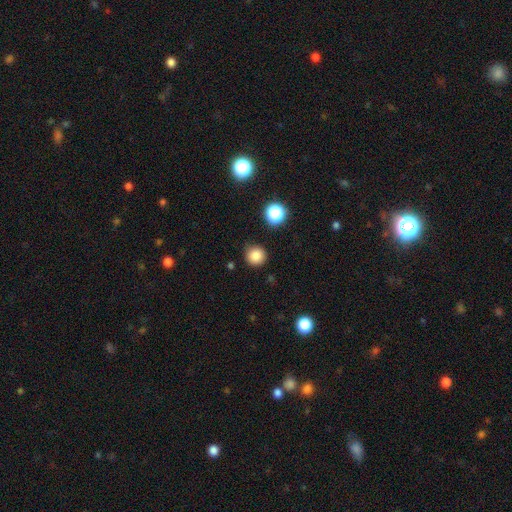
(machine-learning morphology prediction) This appears to be a smooth galaxy with no disk features (83%) that is round (95%). Merging: none (88%).